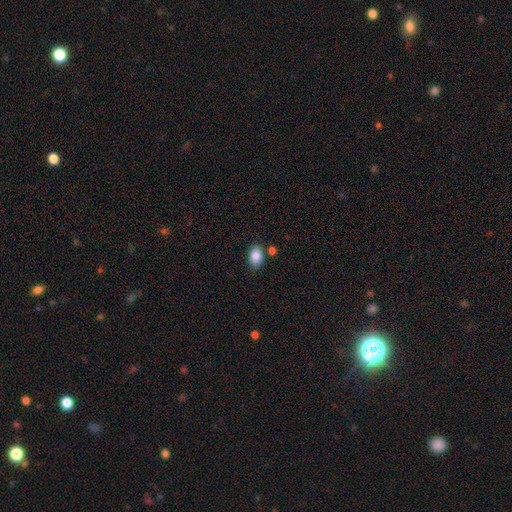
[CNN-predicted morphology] Q: Smooth or featured?
A: smooth (87%); runner-up: star or artifact (8%)
Q: How rounded?
A: in between (89%); runner-up: round (10%)
Q: Merging?
A: none (78%); runner-up: minor disturbance (12%)